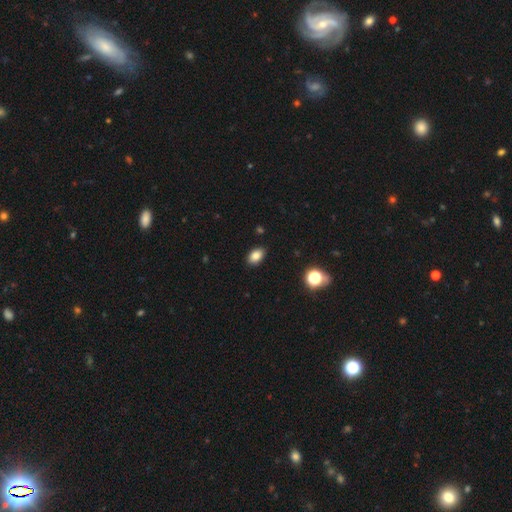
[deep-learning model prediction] Morphology: type=smooth (84%); roundness=in between (87%); merging=none (88%).